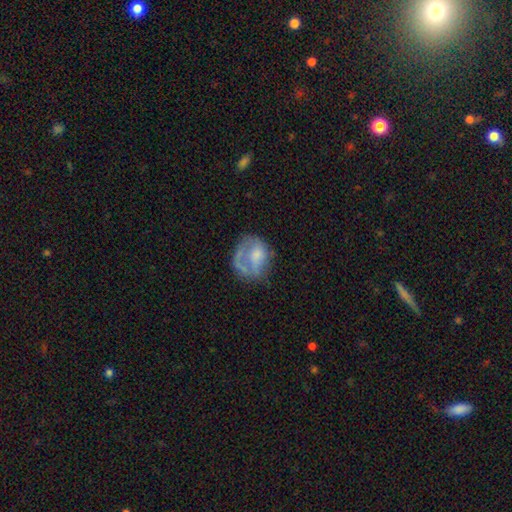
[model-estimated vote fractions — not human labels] Smooth or featured? Predicted: smooth (p=0.49). Merging? Predicted: none (p=0.38).